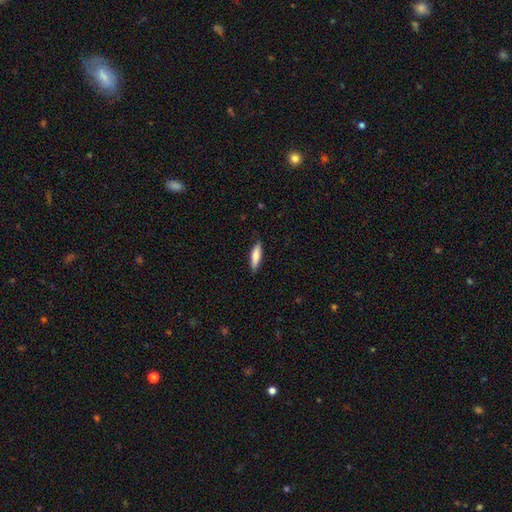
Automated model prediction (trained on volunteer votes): Overall: smooth (78%). How rounded: cigar-shaped (66%; in between 33%). Merging: none (85%).